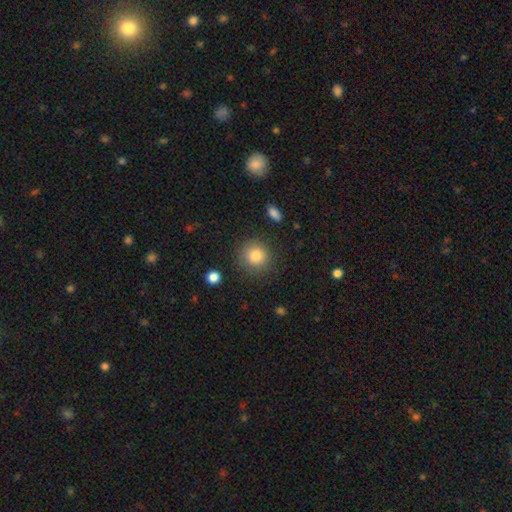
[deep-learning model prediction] Smooth or featured: smooth — 83% (star or artifact — 10%)
How rounded: round — 91% (in between — 8%)
Merging: none — 85% (minor disturbance — 9%)